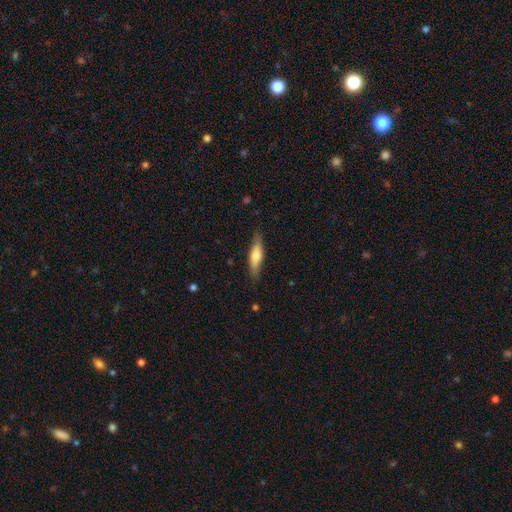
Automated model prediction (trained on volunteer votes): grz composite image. It shows a smooth galaxy with no disk features (60%) that is cigar-shaped (67%). Merging: none (83%).